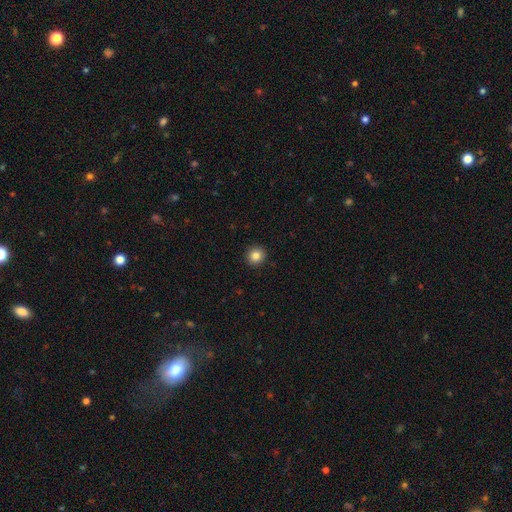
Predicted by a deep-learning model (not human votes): smooth-or-featured: smooth: 84% | star or artifact: 10% | featured or disk: 6%
  how-rounded: round: 93% | in between: 7% | cigar-shaped: 1%
  merging: none: 93% | minor disturbance: 5% | major disturbance: 2% | merger: 1%